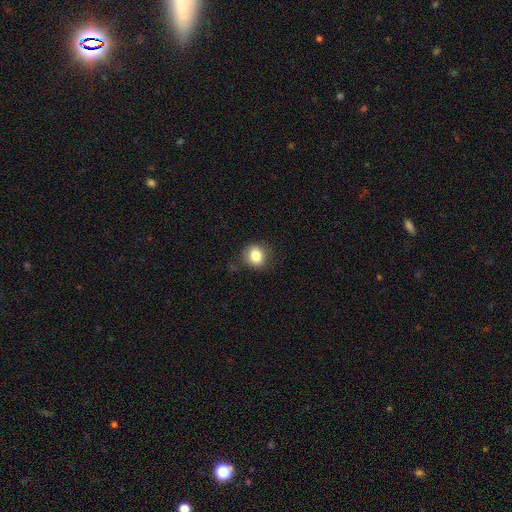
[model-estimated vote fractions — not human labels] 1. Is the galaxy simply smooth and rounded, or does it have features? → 83% smooth, 10% star or artifact, 7% featured or disk.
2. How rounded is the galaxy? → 75% round, 24% in between, 1% cigar-shaped.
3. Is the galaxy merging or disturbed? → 79% none, 15% minor disturbance, 4% major disturbance, 1% merger.